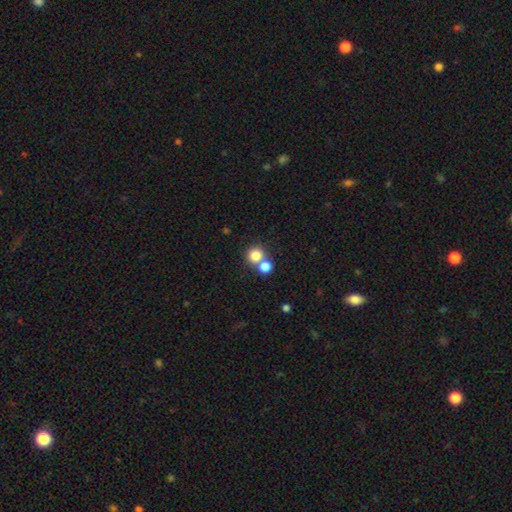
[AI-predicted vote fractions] smooth_or_featured: smooth (p=0.80) [alt: star or artifact p=0.12]
how_rounded: round (p=0.89) [alt: in between p=0.11]
merging: none (p=0.50) [alt: merger p=0.41]